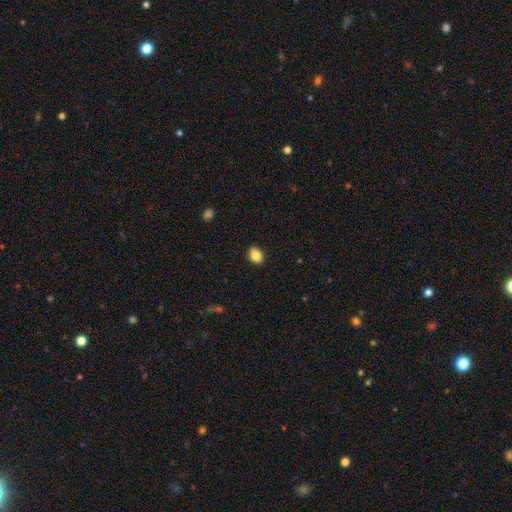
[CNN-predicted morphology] The model was most divided on "how rounded": in between: 73%, round: 26%, cigar-shaped: 1%. More confident: merging — none (89%); smooth or featured — smooth (87%).